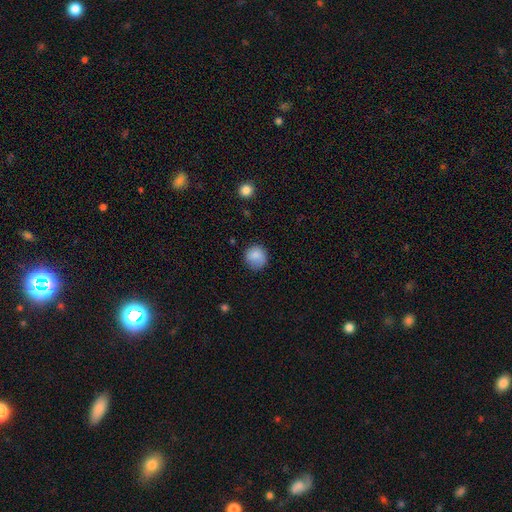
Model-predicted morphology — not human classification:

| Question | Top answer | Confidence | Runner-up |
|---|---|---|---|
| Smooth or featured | smooth | 85% | star or artifact (9%) |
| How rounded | round | 90% | in between (9%) |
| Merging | none | 78% | minor disturbance (17%) |